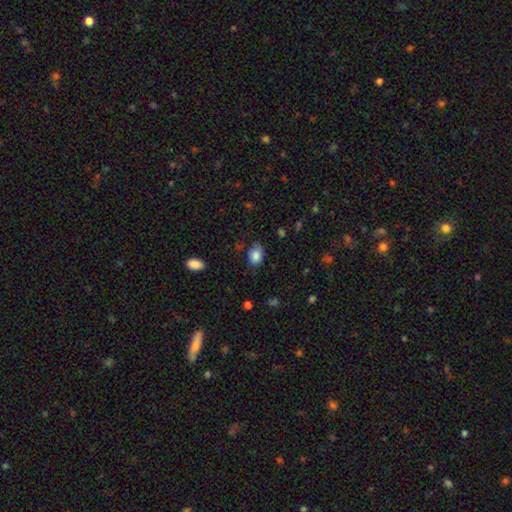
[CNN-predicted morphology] Q: Smooth or featured?
A: smooth (85%); runner-up: star or artifact (8%)
Q: How rounded?
A: in between (77%); runner-up: round (22%)
Q: Merging?
A: none (66%); runner-up: minor disturbance (27%)